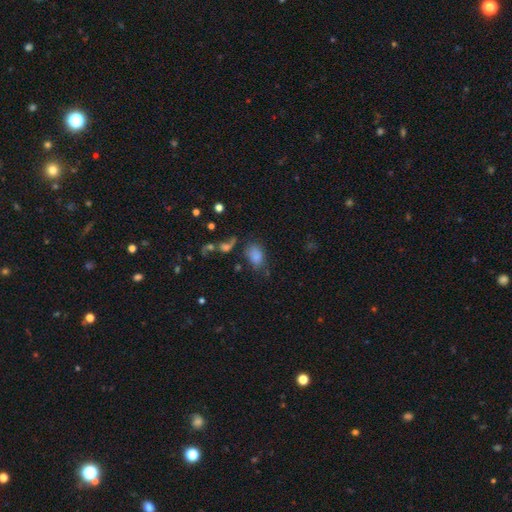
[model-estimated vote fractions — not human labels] Smooth or featured? smooth (80%)
How rounded? in between (85%)
Merging? none (56%)